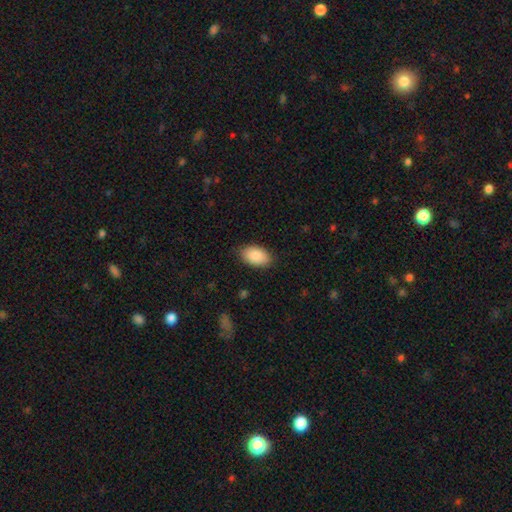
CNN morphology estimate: smooth 89%, star or artifact 6%, featured or disk 5%. Down the decision tree: how rounded — in between (93%); merging — none (84%).